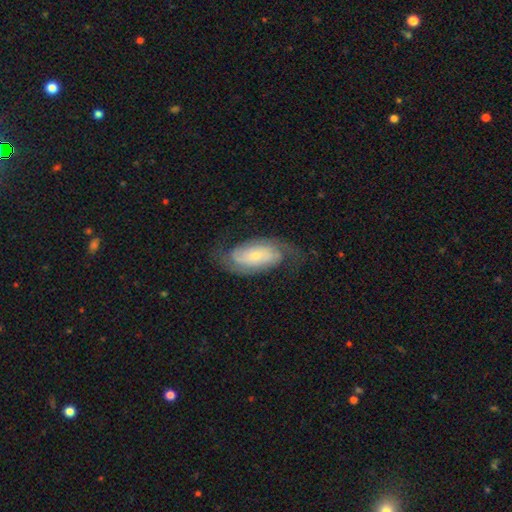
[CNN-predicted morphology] The model was most divided on "spiral winding": medium: 41%, tight: 39%, loose: 20%. More confident: edge-on disk — no (95%); spiral arms — yes (94%); spiral arm count — 2 (82%); smooth or featured — featured or disk (79%); bulge size — small (72%); merging — none (70%); bar — no (63%).